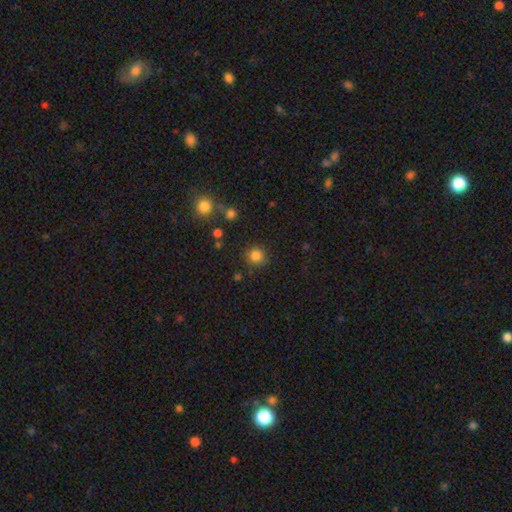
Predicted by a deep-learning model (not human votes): Smooth or featured? smooth (83%)
How rounded? round (92%)
Merging? none (84%)